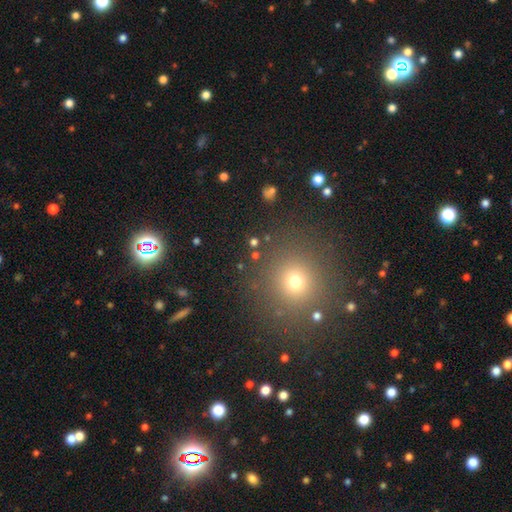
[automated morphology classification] Smooth or featured? smooth (56%)
How rounded? round (90%)
Merging? none (87%)